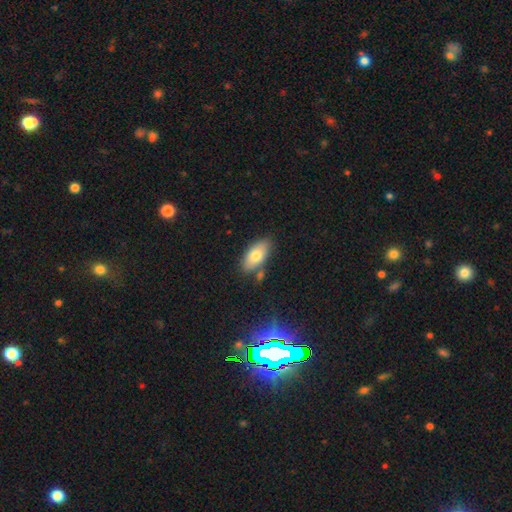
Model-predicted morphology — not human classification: This is likely a smooth galaxy (76%). How rounded: clearly in between (90%). Merging: likely none (76%).